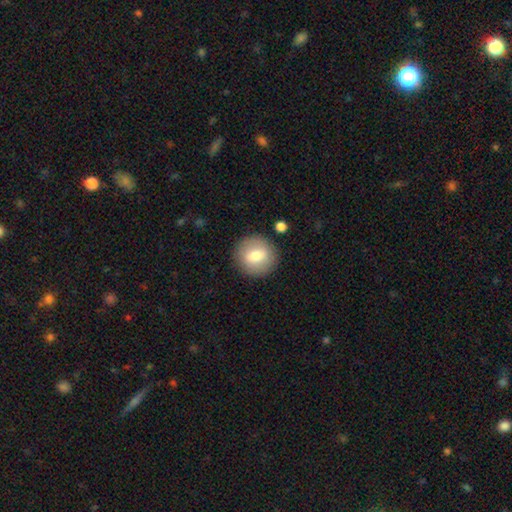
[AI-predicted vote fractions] smooth_or_featured: smooth (p=0.73) [alt: featured or disk p=0.19]
how_rounded: round (p=0.89) [alt: in between p=0.10]
merging: none (p=0.87) [alt: minor disturbance p=0.08]